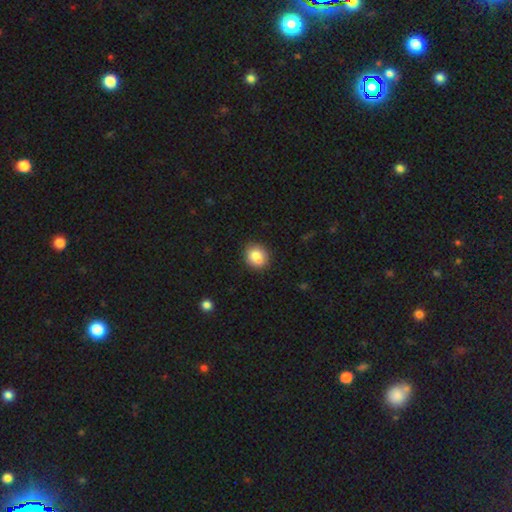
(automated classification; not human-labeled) smooth-or-featured: smooth: 77% | featured or disk: 14% | star or artifact: 9%
  how-rounded: round: 78% | in between: 21% | cigar-shaped: 1%
  merging: none: 60% | merger: 23% | minor disturbance: 13% | major disturbance: 3%